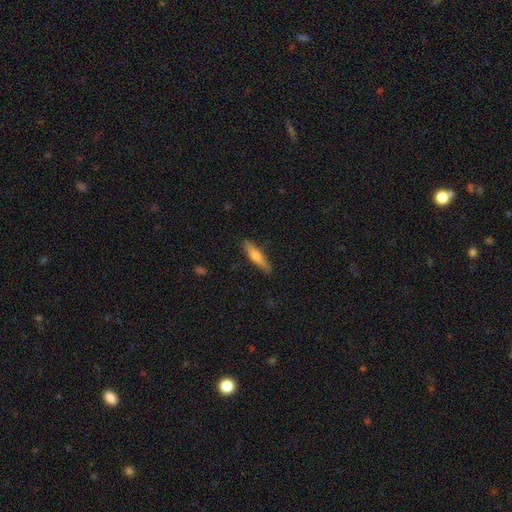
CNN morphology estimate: The model was most divided on "smooth or featured": smooth: 53%, featured or disk: 41%, star or artifact: 6%. More confident: merging — none (88%); how rounded — cigar-shaped (82%).